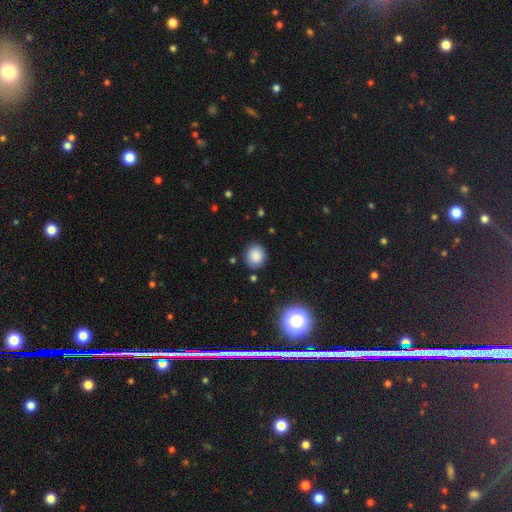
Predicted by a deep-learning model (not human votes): The model was most divided on "how rounded": round: 74%, in between: 25%, cigar-shaped: 1%. More confident: merging — none (86%); smooth or featured — smooth (84%).